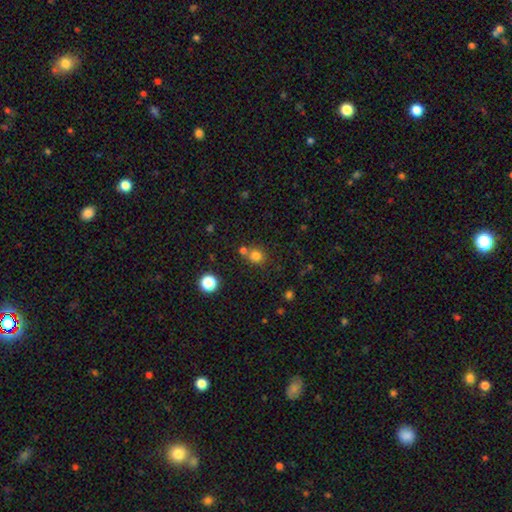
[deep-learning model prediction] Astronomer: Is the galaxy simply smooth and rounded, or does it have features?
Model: smooth — 78%.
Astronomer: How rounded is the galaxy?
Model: round — 84%.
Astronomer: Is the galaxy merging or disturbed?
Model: none — 65%.